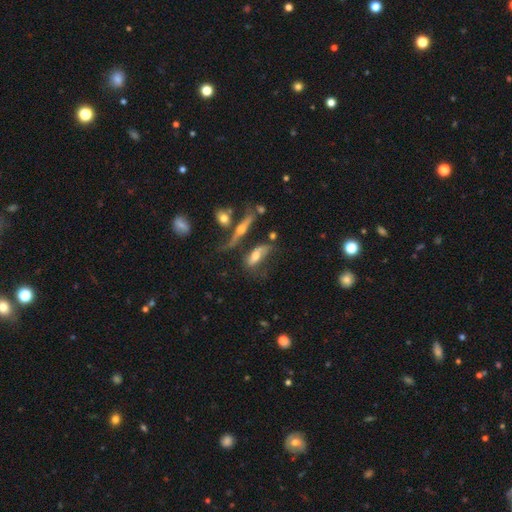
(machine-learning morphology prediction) smooth_or_featured: smooth (p=0.47) [alt: featured or disk p=0.44]
merging: none (p=0.32) [alt: major disturbance p=0.26]